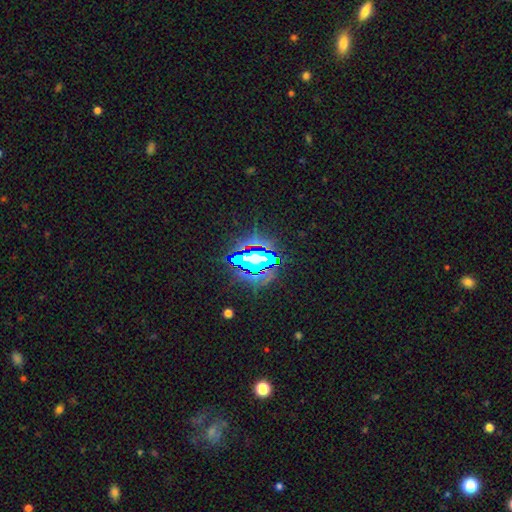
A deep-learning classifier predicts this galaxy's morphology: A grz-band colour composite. It shows a star or artifact, not a galaxy (81%).